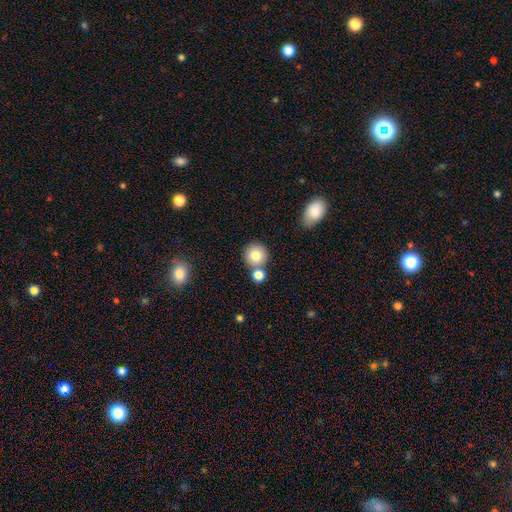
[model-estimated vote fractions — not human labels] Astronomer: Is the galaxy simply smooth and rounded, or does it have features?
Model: smooth — 81%.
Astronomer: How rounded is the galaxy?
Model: round — 91%.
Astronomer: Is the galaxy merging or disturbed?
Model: none — 68%.